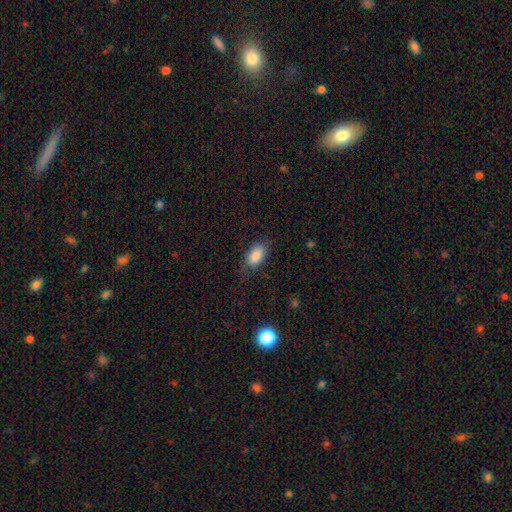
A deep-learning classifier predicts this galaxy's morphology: This appears to be a smooth galaxy with no disk features (84%) that is in between round and cigar-shaped (92%). Merging: none (72%).